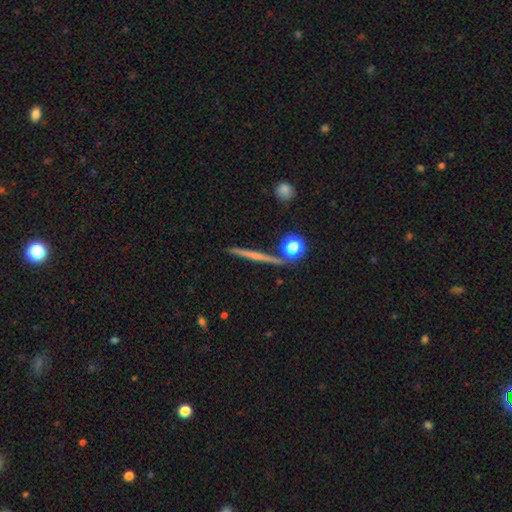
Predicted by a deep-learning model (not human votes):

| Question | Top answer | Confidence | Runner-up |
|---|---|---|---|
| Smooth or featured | featured or disk | 59% | smooth (31%) |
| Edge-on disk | yes | 97% | no (3%) |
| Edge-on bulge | none | 62% | rounded (30%) |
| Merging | none | 87% | minor disturbance (7%) |